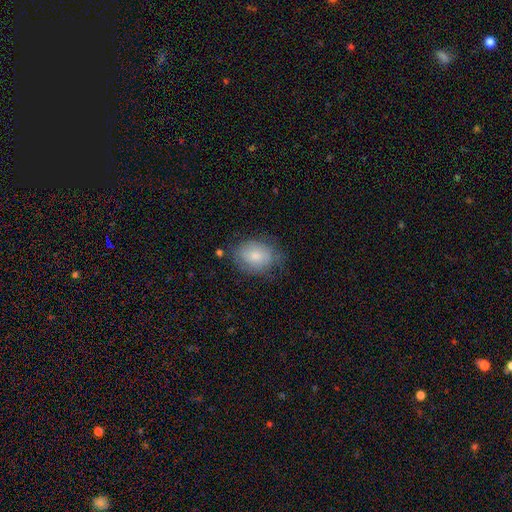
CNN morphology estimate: smooth-or-featured: smooth: 76% | featured or disk: 16% | star or artifact: 7%
  how-rounded: in between: 58% | round: 41% | cigar-shaped: 1%
  merging: none: 67% | minor disturbance: 24% | major disturbance: 8% | merger: 2%